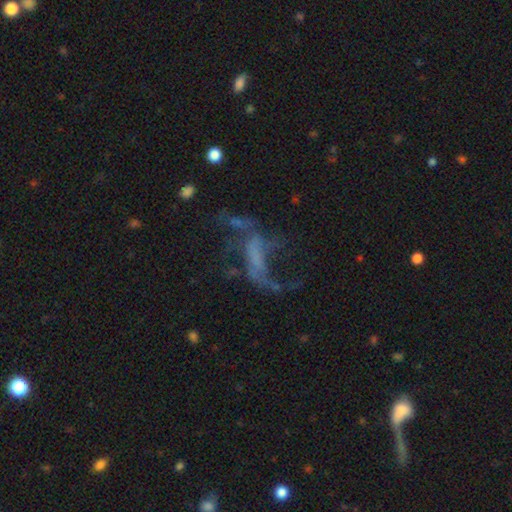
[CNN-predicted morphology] This is likely a featured or disk galaxy (63%). It is clearly not viewed edge-on (92%). Bar: possibly no (50%). Spiral arm pattern: possibly yes (56%). Central bulge: likely none (71%). Merging: marginally major disturbance (41%).